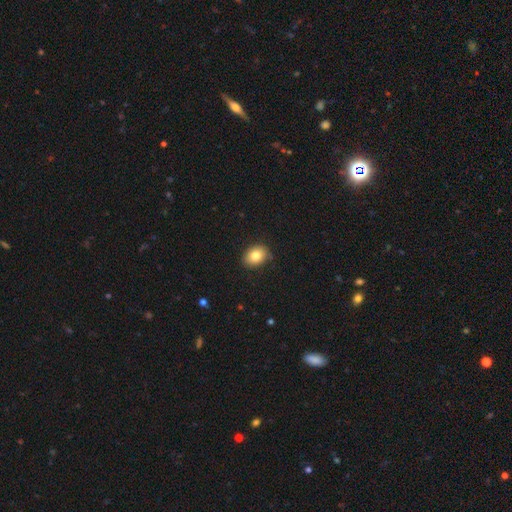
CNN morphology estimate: smooth_or_featured: smooth (p=0.81) [alt: featured or disk p=0.10]
how_rounded: in between (p=0.63) [alt: round p=0.36]
merging: none (p=0.85) [alt: minor disturbance p=0.12]